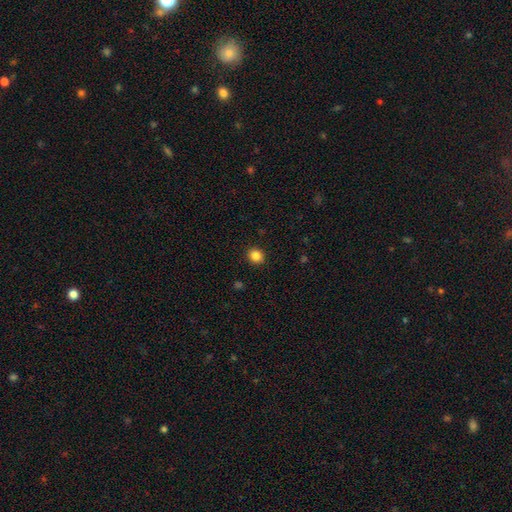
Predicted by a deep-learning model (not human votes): Smooth or featured? Predicted: smooth (p=0.86). How rounded? Predicted: round (p=0.78). Merging? Predicted: none (p=0.91).